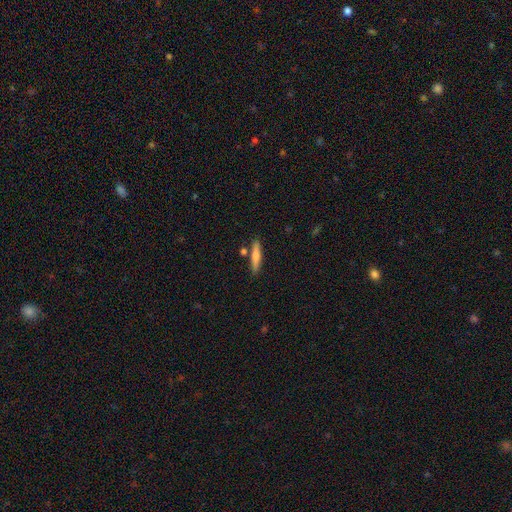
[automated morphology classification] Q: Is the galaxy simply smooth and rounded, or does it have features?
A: smooth — 75%.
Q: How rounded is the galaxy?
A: cigar-shaped — 88%.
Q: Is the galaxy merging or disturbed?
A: none — 82%.